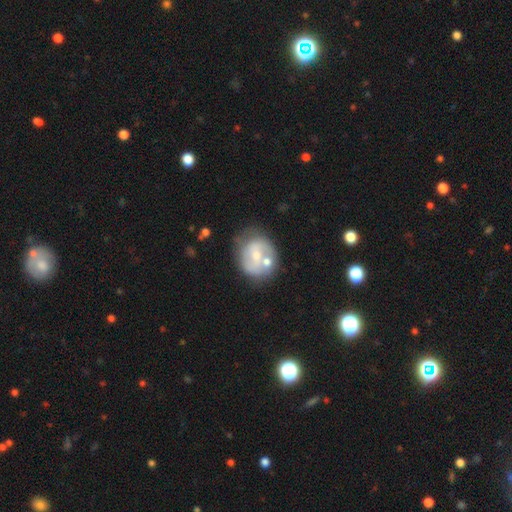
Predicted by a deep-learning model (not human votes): smooth-or-featured: featured or disk: 56% | smooth: 37% | star or artifact: 7%
  disk-edge-on: no: 97% | yes: 3%
    bar: no: 58% | weak: 32% | strong: 9%
    has-spiral-arms: yes: 56% | no: 44%
    bulge-size: moderate: 46% (tied) | small: 46% (tied) | none: 4% | large: 3% | dominant: 1%
  merging: none: 47% | merger: 23% | minor disturbance: 21% | major disturbance: 9%